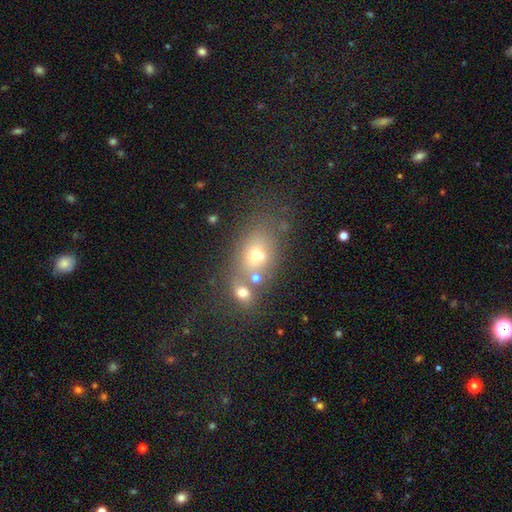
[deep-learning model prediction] Smooth or featured: smooth — 61% (featured or disk — 22%)
How rounded: in between — 68% (round — 30%)
Merging: none — 44% (merger — 33%)